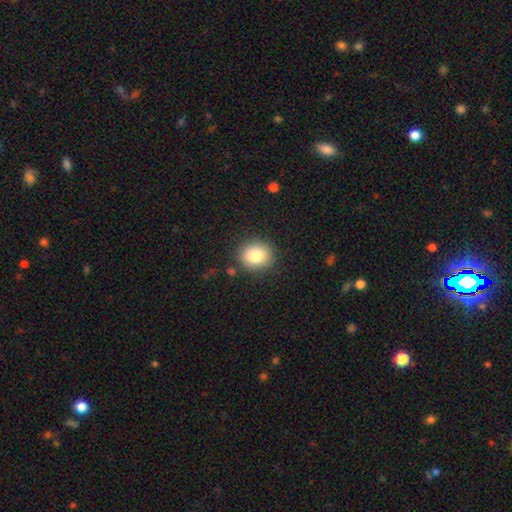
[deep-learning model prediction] A smooth galaxy with no disk features (82%) that is round (77%). Merging: none (87%).